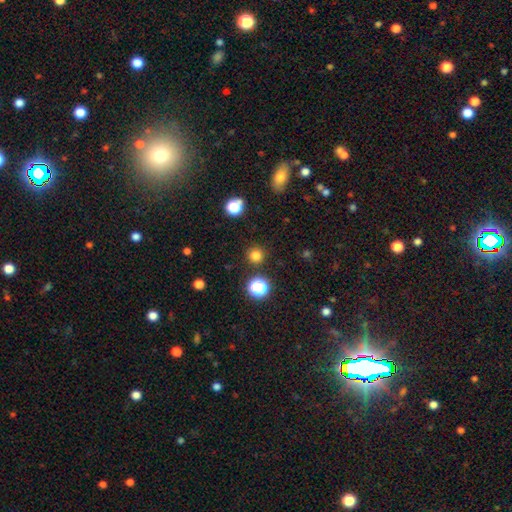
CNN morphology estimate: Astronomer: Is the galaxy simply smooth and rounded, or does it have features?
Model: smooth — 78%.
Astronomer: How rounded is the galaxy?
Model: round — 95%.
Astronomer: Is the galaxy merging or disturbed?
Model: none — 90%.